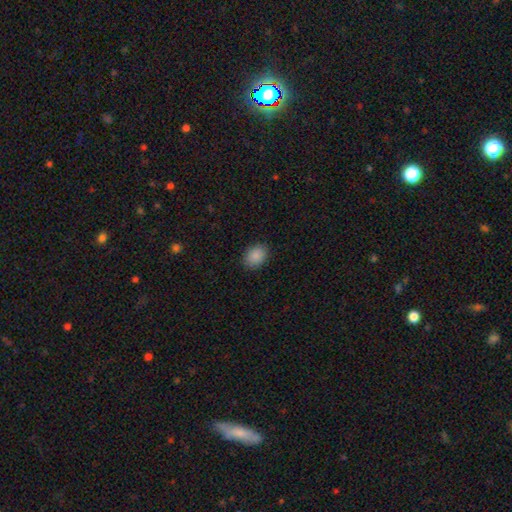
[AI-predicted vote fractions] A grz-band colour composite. It shows a smooth galaxy with no disk features (89%) that is in between round and cigar-shaped (64%). Merging: none (88%).